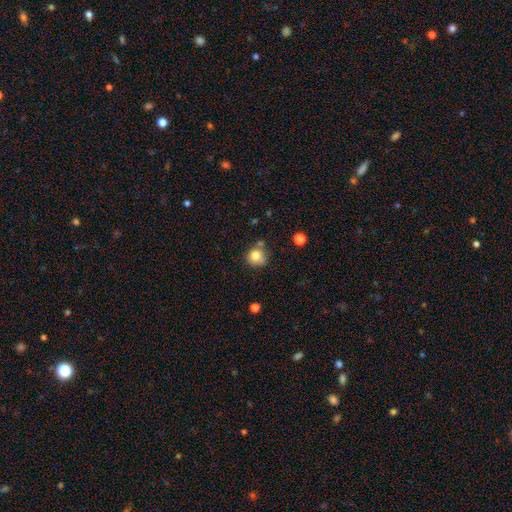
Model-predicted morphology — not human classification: A smooth galaxy with no disk features (80%) that is round (89%).

Vote fractions:
- Smooth or featured? smooth: 80% / star or artifact: 11% / featured or disk: 9%
- How rounded? round: 89% / in between: 10% / cigar-shaped: 1%
- Merging? none: 66% / minor disturbance: 18% / merger: 10% / major disturbance: 5%